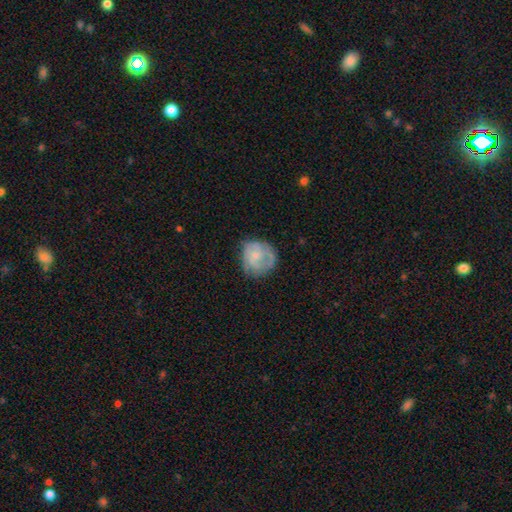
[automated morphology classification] Smooth or featured?
  - featured or disk: 48% *
  - smooth: 45%
  - star or artifact: 7%
Merging?
  - none: 58% *
  - minor disturbance: 27%
  - major disturbance: 14%
  - merger: 2%